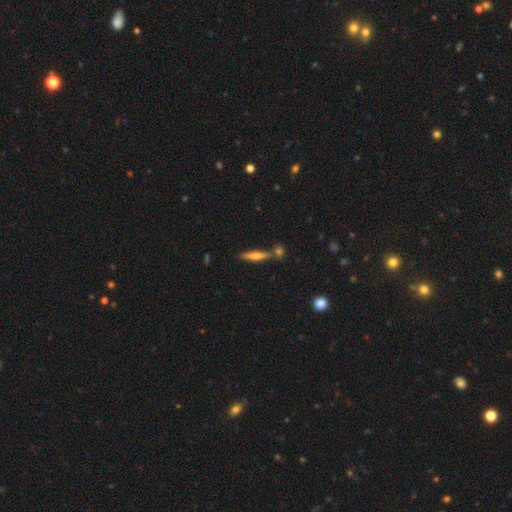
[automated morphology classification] Overall: smooth (49%; featured or disk 44%). Merging: none (74%).